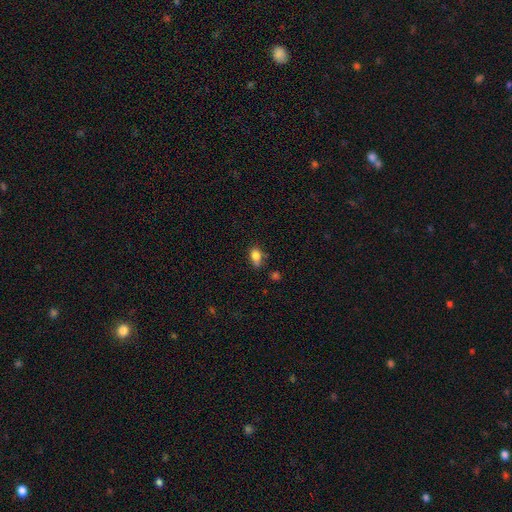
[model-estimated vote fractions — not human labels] Morphology: type=smooth (82%); roundness=in between (76%); merging=none (50%).